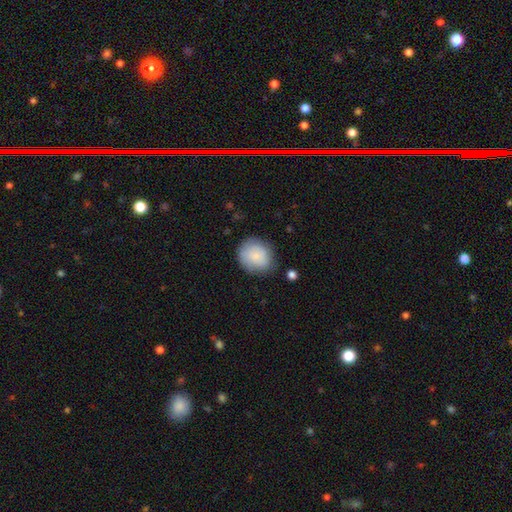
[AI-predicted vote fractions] smooth 83%, featured or disk 10%, star or artifact 7%. Down the decision tree: how rounded — round (75%); merging — none (74%).